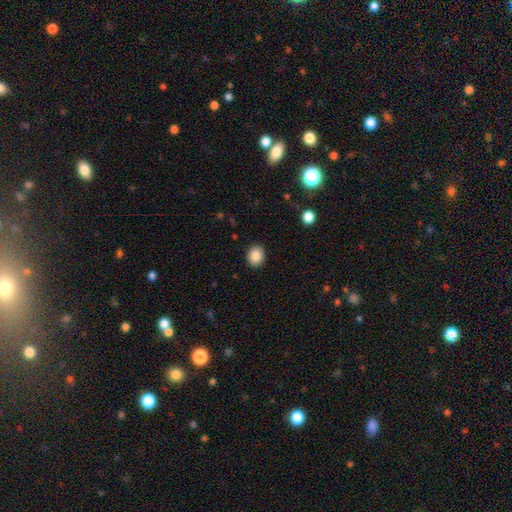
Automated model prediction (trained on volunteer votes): smooth 87%, star or artifact 9%, featured or disk 5%. Down the decision tree: how rounded — round (68%); merging — none (90%).